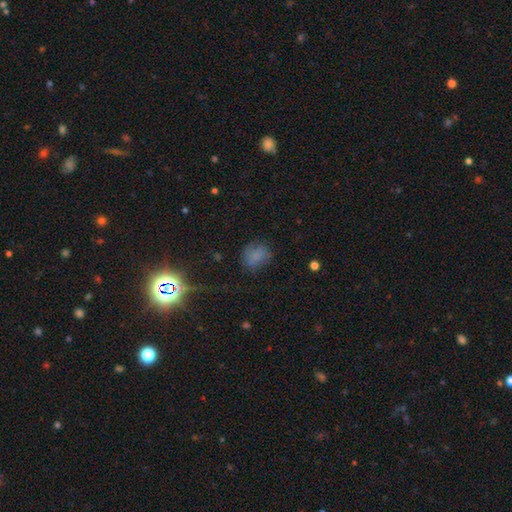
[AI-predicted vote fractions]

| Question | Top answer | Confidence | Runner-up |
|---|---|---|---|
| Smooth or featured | smooth | 69% | star or artifact (18%) |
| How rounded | round | 54% | in between (45%) |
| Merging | none | 69% | minor disturbance (20%) |